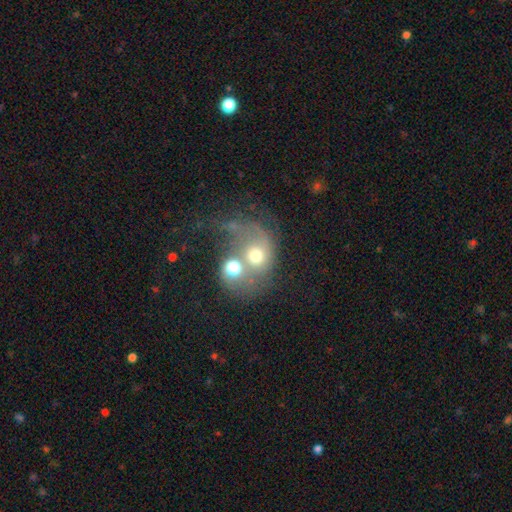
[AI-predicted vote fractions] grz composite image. It shows a smooth galaxy with no disk features (49%). Merging: merger (68%).